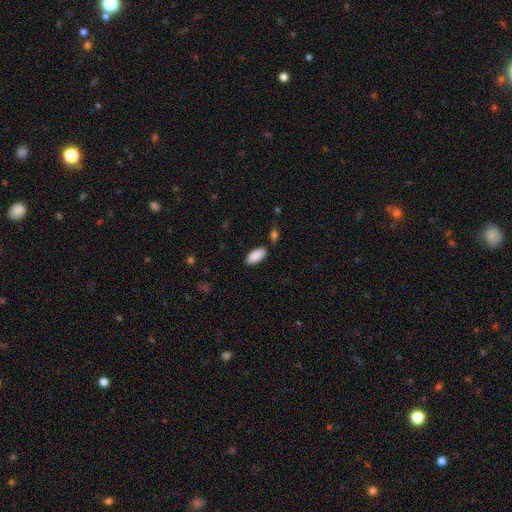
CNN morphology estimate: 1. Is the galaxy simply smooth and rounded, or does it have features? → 90% smooth, 6% star or artifact, 4% featured or disk.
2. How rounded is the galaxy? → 90% in between, 8% cigar-shaped, 2% round.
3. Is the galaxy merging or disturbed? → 84% none, 10% minor disturbance, 4% merger, 2% major disturbance.